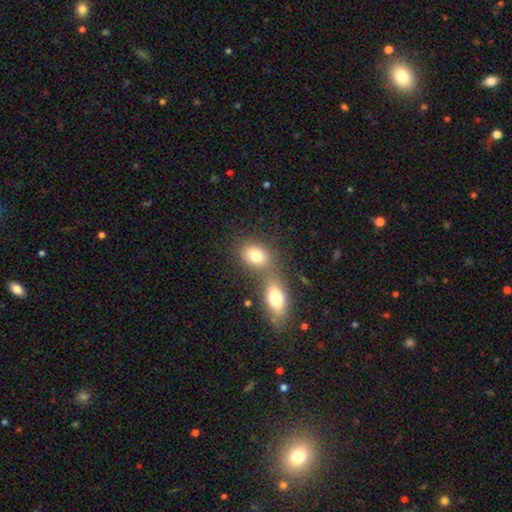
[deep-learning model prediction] smooth_or_featured: smooth (p=0.78) [alt: featured or disk p=0.12]
how_rounded: in between (p=0.61) [alt: round p=0.37]
merging: merger (p=0.51) [alt: none p=0.38]